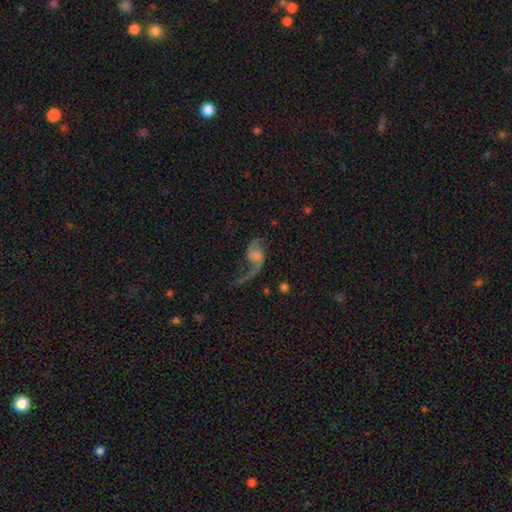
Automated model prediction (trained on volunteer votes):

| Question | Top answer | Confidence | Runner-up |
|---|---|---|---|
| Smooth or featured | featured or disk | 84% | smooth (9%) |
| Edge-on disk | no | 97% | yes (3%) |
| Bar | no | 64% | weak (29%) |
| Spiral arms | yes | 95% | no (5%) |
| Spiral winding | loose | 82% | medium (15%) |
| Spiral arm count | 2 | 85% | 1 (11%) |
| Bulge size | small | 34% | none (27%) |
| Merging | none | 51% | major disturbance (28%) |